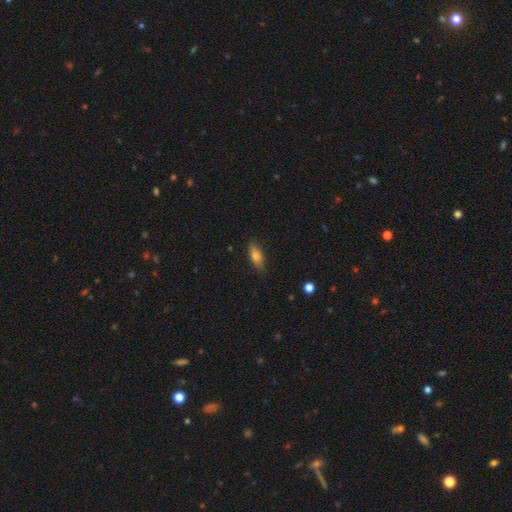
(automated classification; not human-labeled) Smooth or featured? Predicted: smooth (p=0.78). How rounded? Predicted: in between (p=0.77). Merging? Predicted: none (p=0.83).